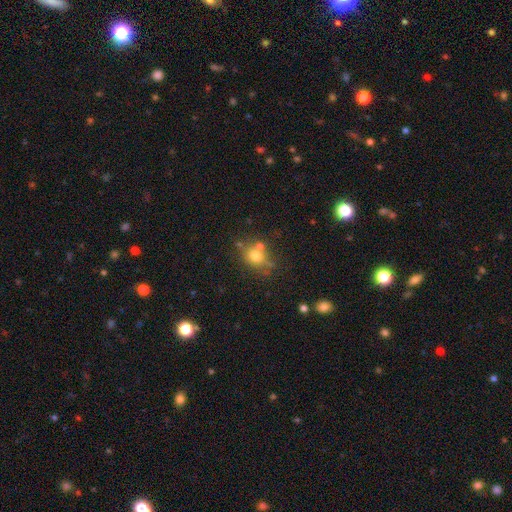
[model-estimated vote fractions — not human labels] A smooth galaxy with no disk features (71%) that is round (68%). Merging: none (57%).